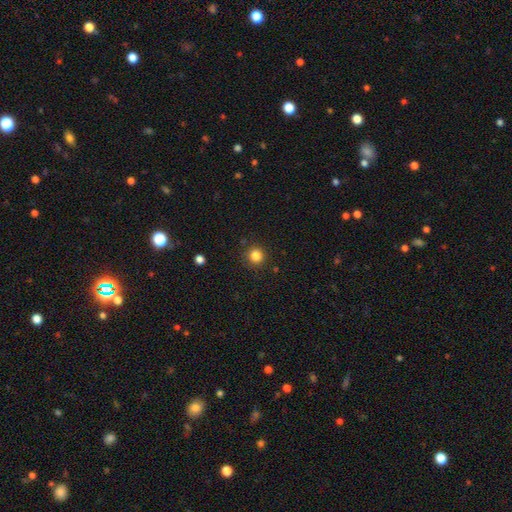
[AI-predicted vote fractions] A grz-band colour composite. It shows a smooth galaxy with no disk features (84%) that is round (92%). Merging: none (88%).